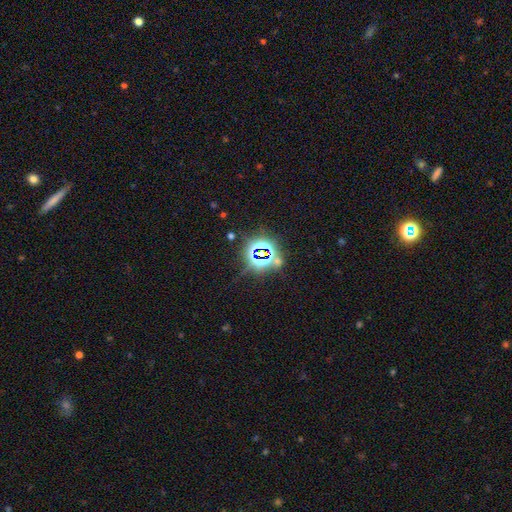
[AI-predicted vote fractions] star or artifact 81%, smooth 11%, featured or disk 8%.